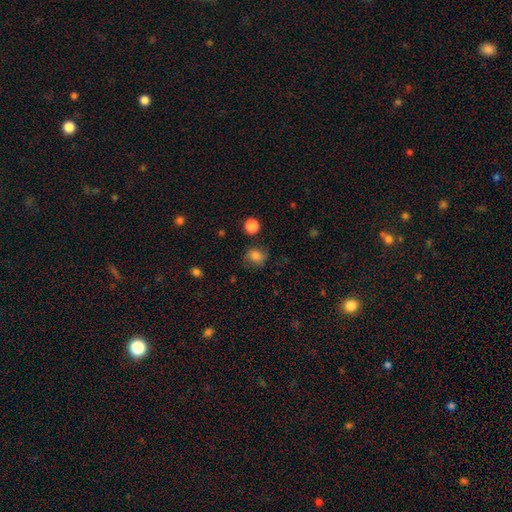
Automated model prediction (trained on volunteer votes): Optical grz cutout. It shows a smooth galaxy with no disk features (81%) that is round (69%). Merging: none (77%).